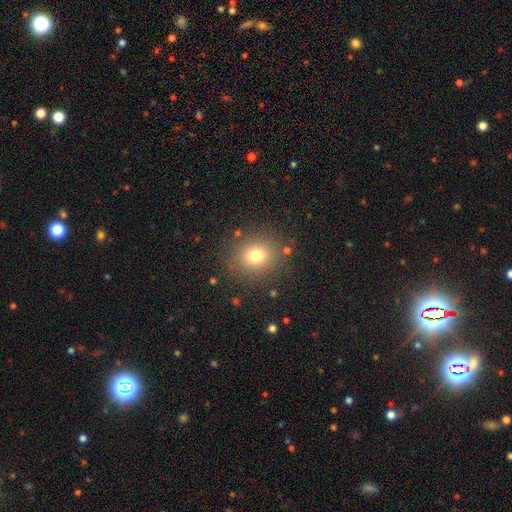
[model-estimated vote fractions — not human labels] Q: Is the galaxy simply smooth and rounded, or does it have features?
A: smooth — 75%.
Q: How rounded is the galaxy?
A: round — 79%.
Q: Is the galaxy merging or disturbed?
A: none — 85%.